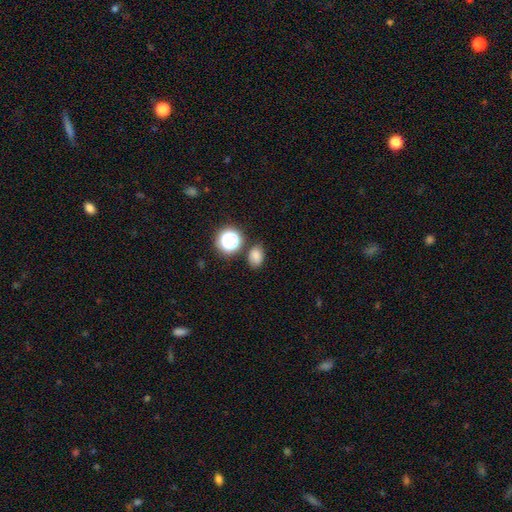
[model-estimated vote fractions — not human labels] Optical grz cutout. It shows a smooth galaxy with no disk features (78%) that is in between round and cigar-shaped (69%). Merging: none (75%).